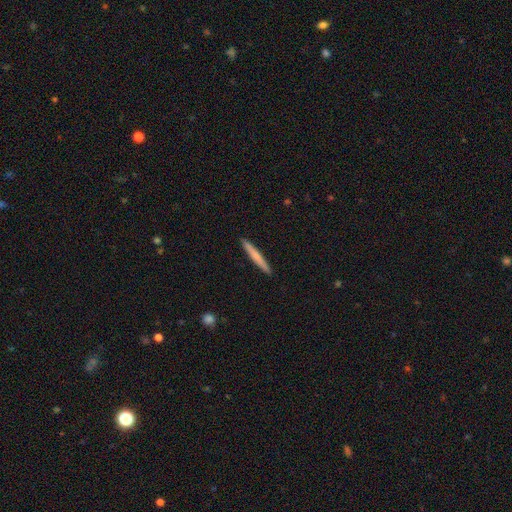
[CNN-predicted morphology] Smooth or featured: smooth — 63% (featured or disk — 31%)
How rounded: cigar-shaped — 96% (in between — 2%)
Merging: none — 92% (minor disturbance — 5%)